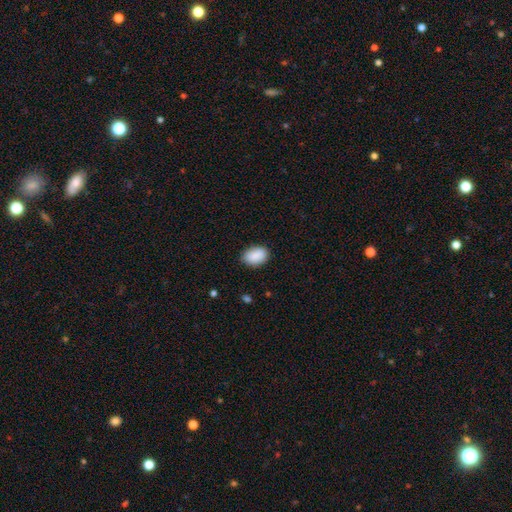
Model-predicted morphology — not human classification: Smooth or featured? smooth (90%)
How rounded? in between (83%)
Merging? none (84%)